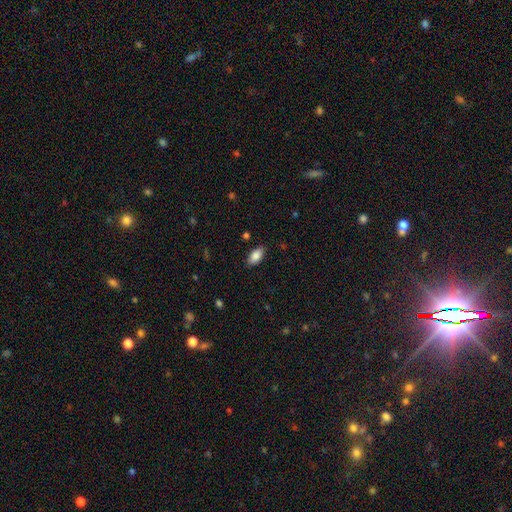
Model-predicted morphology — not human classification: Smooth or featured? Predicted: smooth (p=0.86). How rounded? Predicted: in between (p=0.92). Merging? Predicted: none (p=0.86).